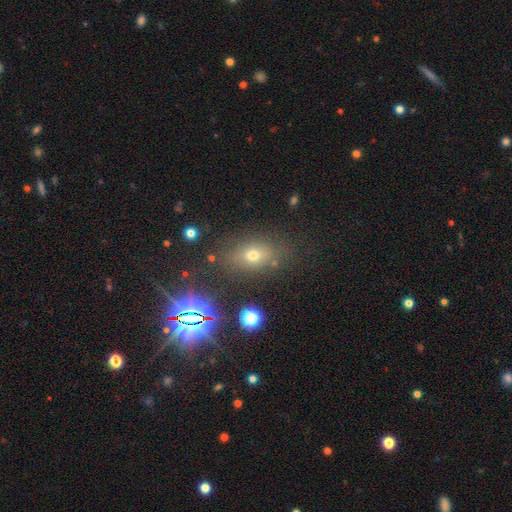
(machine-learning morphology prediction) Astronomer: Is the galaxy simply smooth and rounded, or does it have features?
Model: smooth — 52% (runner-up: star or artifact, 32%).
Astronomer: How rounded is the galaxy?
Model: in between — 73%.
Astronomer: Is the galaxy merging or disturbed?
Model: none — 80%.